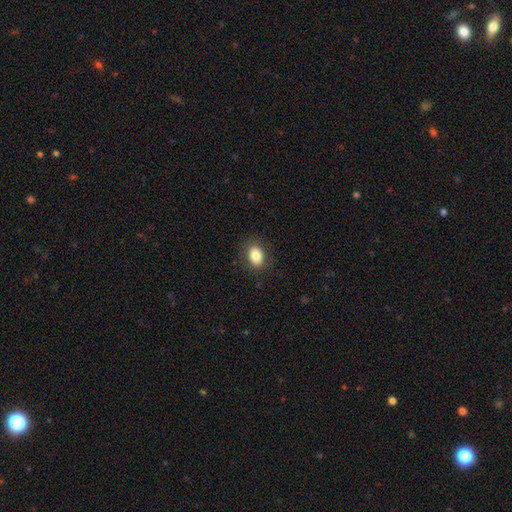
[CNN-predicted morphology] Smooth or featured?
  - smooth: 84% *
  - star or artifact: 9%
  - featured or disk: 7%
How rounded?
  - in between: 68% *
  - round: 30%
  - cigar-shaped: 1%
Merging?
  - none: 86% *
  - minor disturbance: 10%
  - major disturbance: 3%
  - merger: 1%